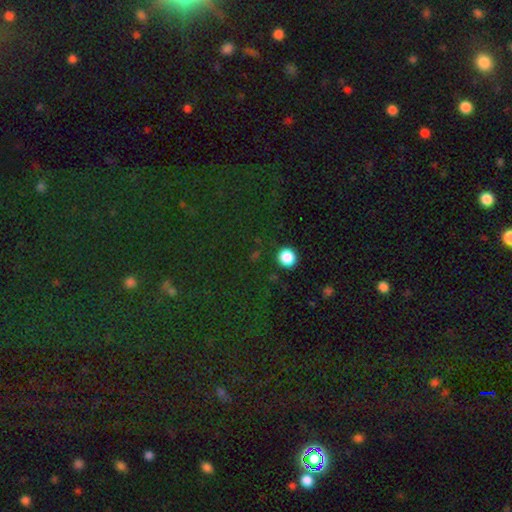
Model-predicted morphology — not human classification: The model was most divided on "smooth or featured": smooth: 60%, star or artifact: 35%, featured or disk: 5%. More confident: merging — none (88%); how rounded — round (83%).